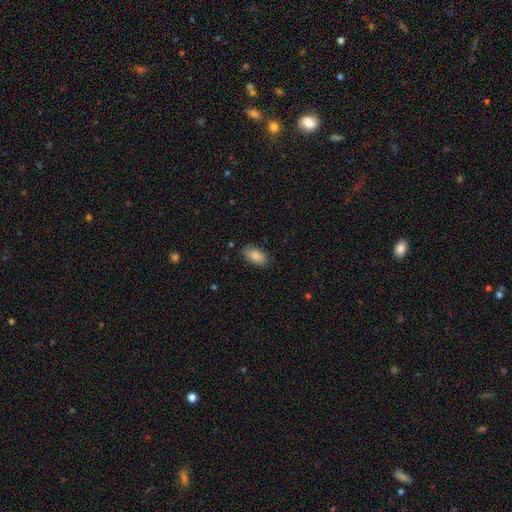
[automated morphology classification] Smooth or featured? Predicted: smooth (p=0.87). How rounded? Predicted: in between (p=0.93). Merging? Predicted: none (p=0.81).